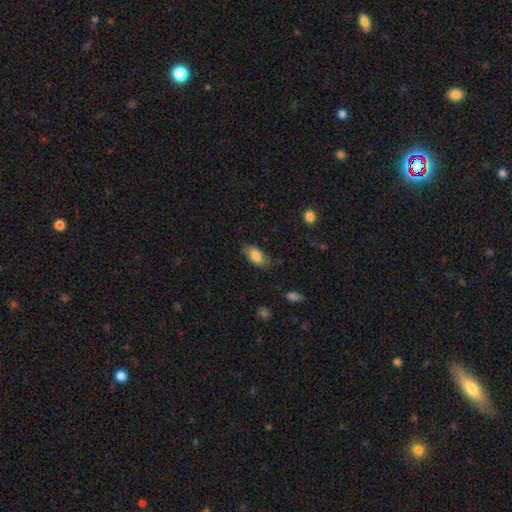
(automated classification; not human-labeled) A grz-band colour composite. It shows a smooth galaxy with no disk features (82%) that is in between round and cigar-shaped (91%). Merging: none (74%).